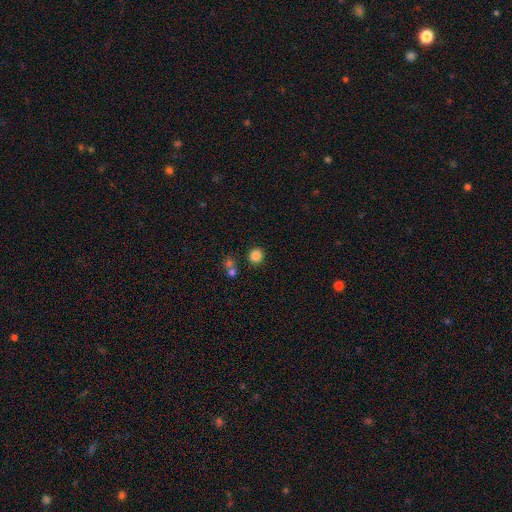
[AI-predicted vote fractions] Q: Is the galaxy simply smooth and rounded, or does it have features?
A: smooth — 84%.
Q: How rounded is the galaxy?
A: round — 87%.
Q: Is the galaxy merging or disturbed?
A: none — 83%.